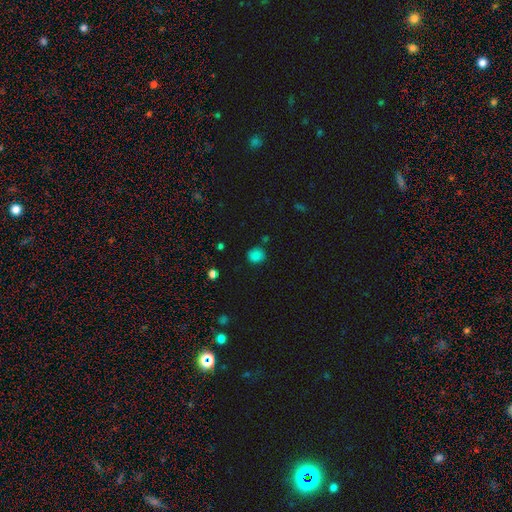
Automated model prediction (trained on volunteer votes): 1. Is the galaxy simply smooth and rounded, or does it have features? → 82% smooth, 15% star or artifact, 4% featured or disk.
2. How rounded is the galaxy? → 82% round, 17% in between, 1% cigar-shaped.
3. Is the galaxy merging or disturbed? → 80% none, 13% minor disturbance, 4% merger, 3% major disturbance.